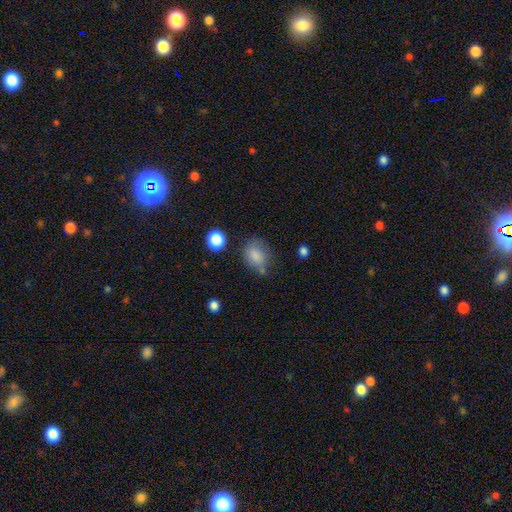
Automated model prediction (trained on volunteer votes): This appears to be a smooth galaxy with no disk features (83%) that is in between round and cigar-shaped (56%). Merging: none (60%).